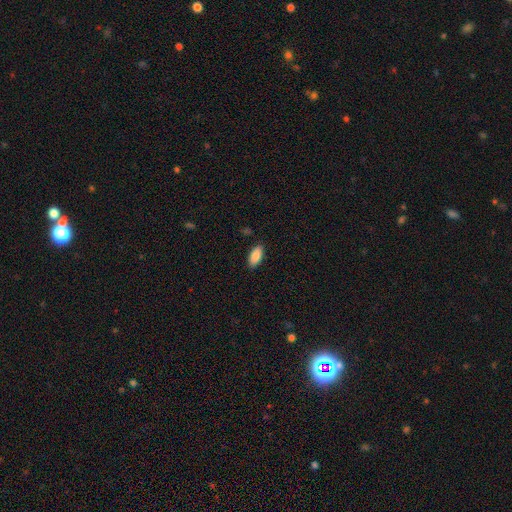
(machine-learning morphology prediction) smooth 89%, star or artifact 6%, featured or disk 5%. Down the decision tree: how rounded — in between (90%); merging — none (87%).